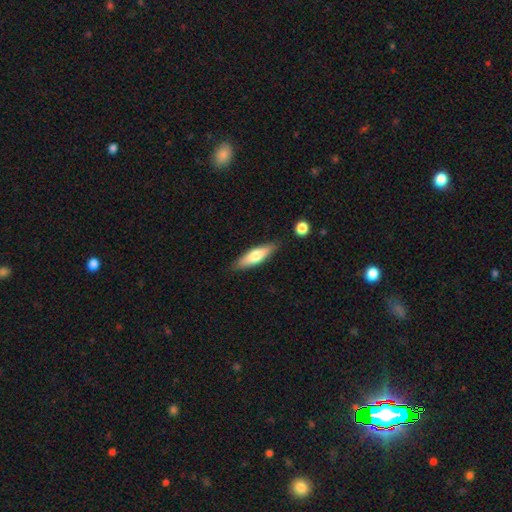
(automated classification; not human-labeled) Overall: smooth (63%; featured or disk 31%). How rounded: cigar-shaped (59%; in between 39%). Merging: none (85%).